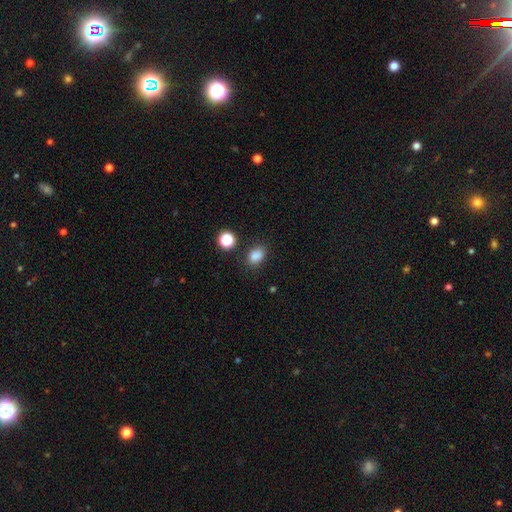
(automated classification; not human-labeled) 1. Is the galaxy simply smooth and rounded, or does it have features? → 83% smooth, 13% star or artifact, 4% featured or disk.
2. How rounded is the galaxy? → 68% in between, 31% round, 1% cigar-shaped.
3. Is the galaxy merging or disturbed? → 78% none, 13% minor disturbance, 4% merger, 4% major disturbance.